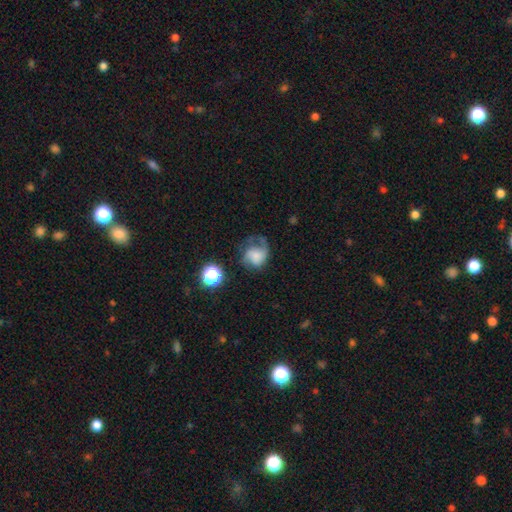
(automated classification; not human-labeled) A featured or disk galaxy (51%) with no bar (74%), spiral arms (86%) and a small central bulge (29%). Merging: none (41%).